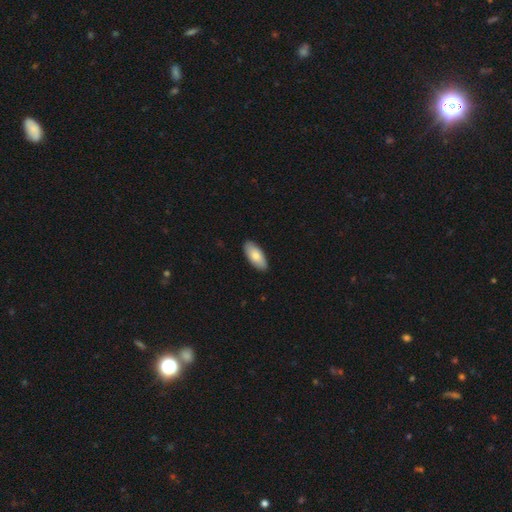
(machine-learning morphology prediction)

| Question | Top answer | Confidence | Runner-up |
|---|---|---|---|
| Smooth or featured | smooth | 79% | featured or disk (16%) |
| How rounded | in between | 89% | cigar-shaped (9%) |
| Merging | none | 89% | minor disturbance (9%) |